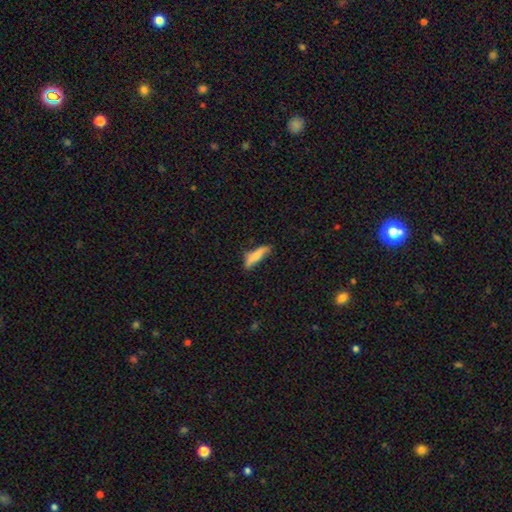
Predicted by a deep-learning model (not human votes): A smooth galaxy with no disk features (77%) that is cigar-shaped (64%). Merging: none (57%).